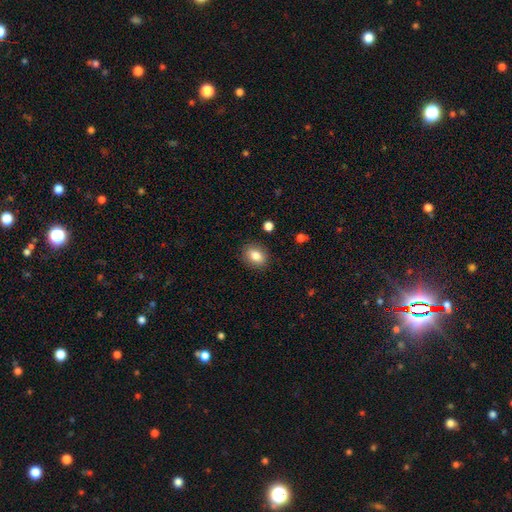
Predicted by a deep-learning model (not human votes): Smooth or featured?
  - smooth: 83% *
  - star or artifact: 9%
  - featured or disk: 8%
How rounded?
  - in between: 66% *
  - round: 33%
  - cigar-shaped: 1%
Merging?
  - none: 87% *
  - minor disturbance: 9%
  - major disturbance: 2%
  - merger: 1%